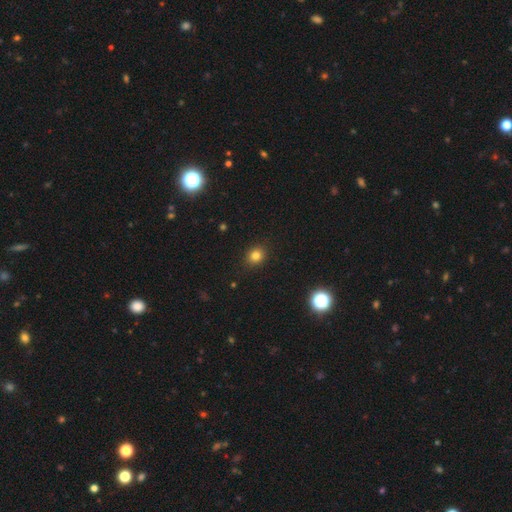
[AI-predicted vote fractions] The model was most divided on "how rounded": round: 70%, in between: 29%, cigar-shaped: 1%. More confident: merging — none (88%); smooth or featured — smooth (82%).